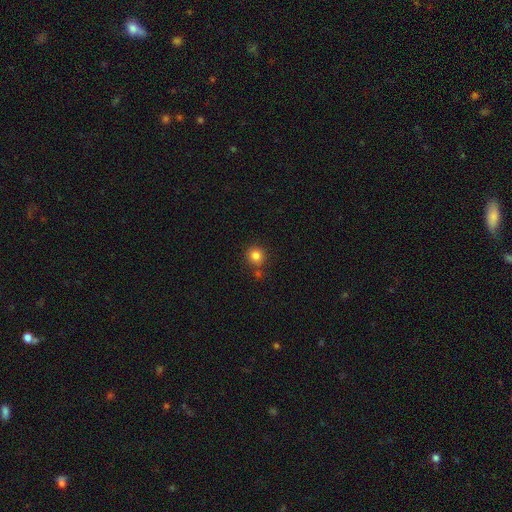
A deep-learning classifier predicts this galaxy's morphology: Smooth or featured: smooth — 84% (star or artifact — 11%)
How rounded: round — 91% (in between — 8%)
Merging: none — 78% (minor disturbance — 10%)